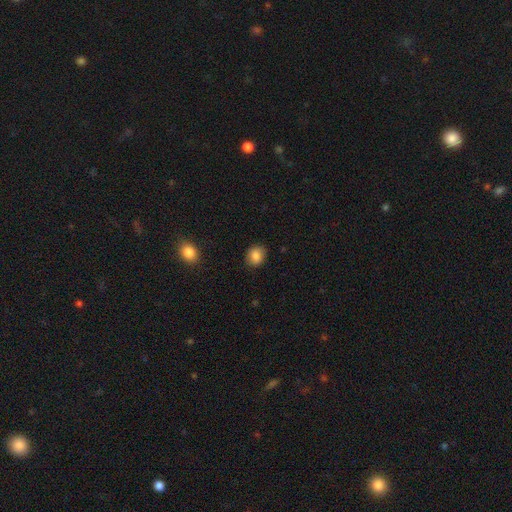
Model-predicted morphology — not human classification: Overall: smooth (85%). How rounded: round (61%; in between 38%). Merging: none (84%).